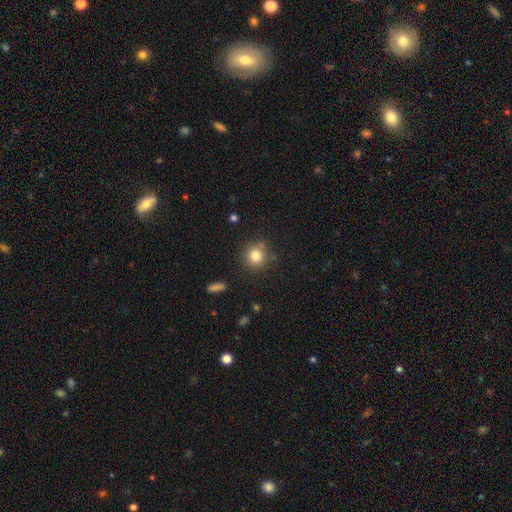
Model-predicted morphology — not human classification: This is clearly a smooth galaxy (81%). How rounded: clearly round (90%). Merging: clearly none (82%).